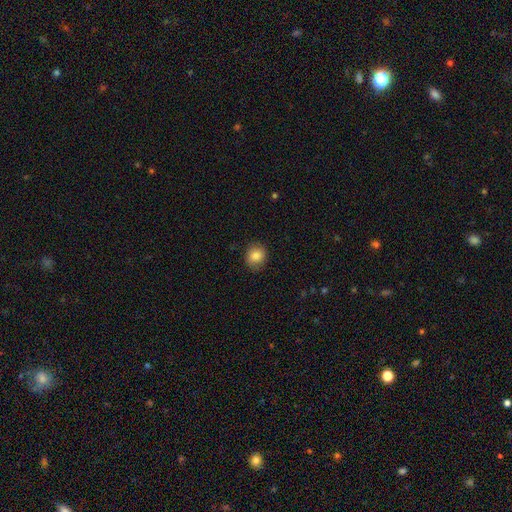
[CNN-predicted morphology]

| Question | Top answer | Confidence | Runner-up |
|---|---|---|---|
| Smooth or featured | smooth | 85% | star or artifact (9%) |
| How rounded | round | 76% | in between (23%) |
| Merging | none | 87% | minor disturbance (10%) |